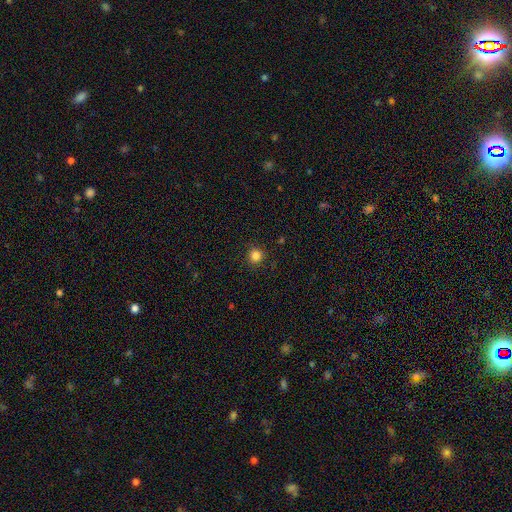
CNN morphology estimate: Q: Smooth or featured?
A: smooth (83%); runner-up: star or artifact (13%)
Q: How rounded?
A: round (92%); runner-up: in between (7%)
Q: Merging?
A: none (91%); runner-up: minor disturbance (6%)